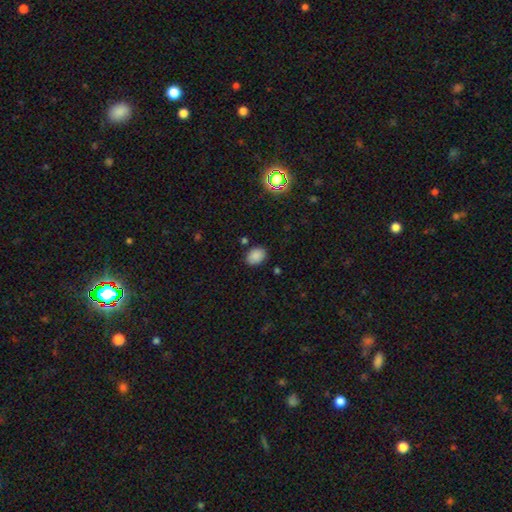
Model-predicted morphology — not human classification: This appears to be a smooth galaxy with no disk features (84%) that is in between round and cigar-shaped (70%). Merging: none (82%).